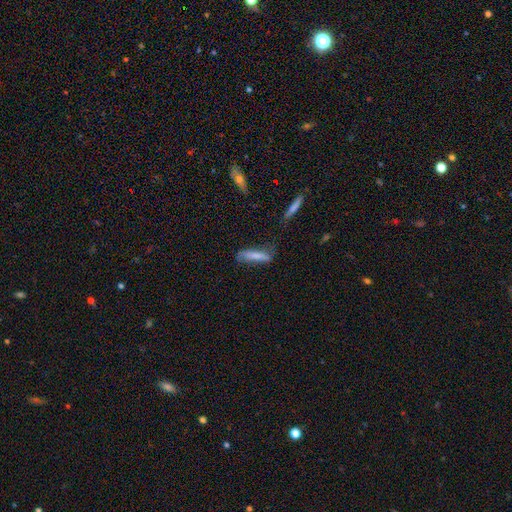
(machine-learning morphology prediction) A smooth galaxy with no disk features (73%) that is cigar-shaped (78%). Merging: none (55%).